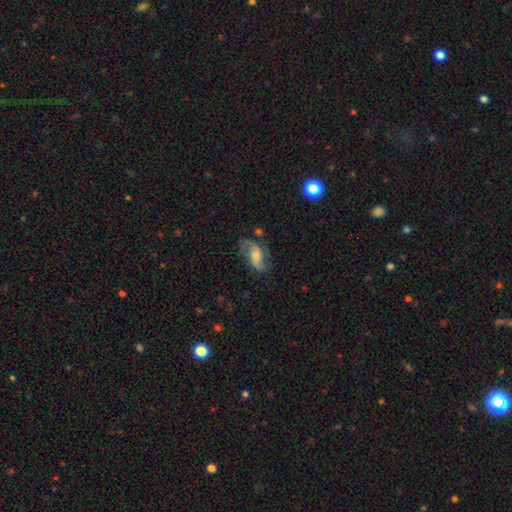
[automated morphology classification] Overall: featured or disk (75%). Edge-on disk: no (95%). Bar: no (52%; weak 35%). Spiral arms: yes (93%). Spiral arm count: 2 (89%). Spiral winding: loose (60%; medium 30%). Bulge size: small (48%; moderate 45%). Merging: none (66%).